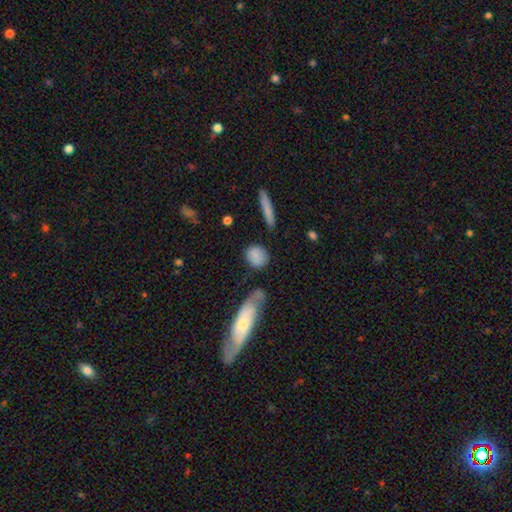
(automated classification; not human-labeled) The model was most divided on "how rounded": round: 63%, in between: 32%, cigar-shaped: 5%. More confident: smooth or featured — smooth (84%); merging — none (78%).